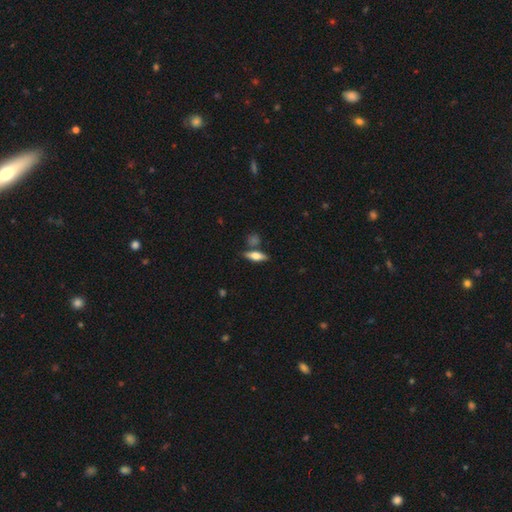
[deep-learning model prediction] Q: Smooth or featured?
A: smooth (51%); runner-up: featured or disk (41%)
Q: How rounded?
A: in between (54%); runner-up: cigar-shaped (43%)
Q: Merging?
A: none (76%); runner-up: minor disturbance (12%)